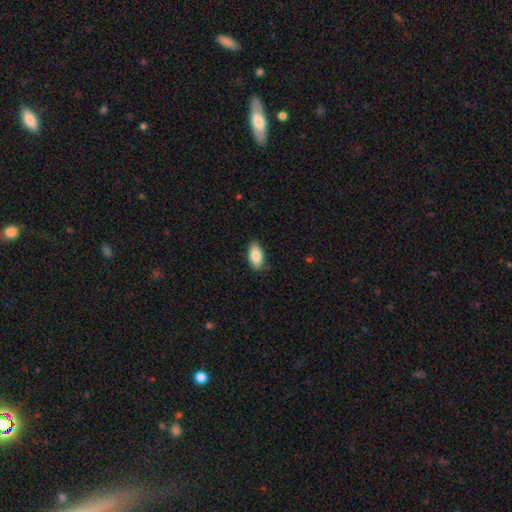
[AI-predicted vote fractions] The model was most divided on "merging": none: 85%, minor disturbance: 12%, major disturbance: 2%, merger: 1%. More confident: how rounded — in between (92%); smooth or featured — smooth (84%).